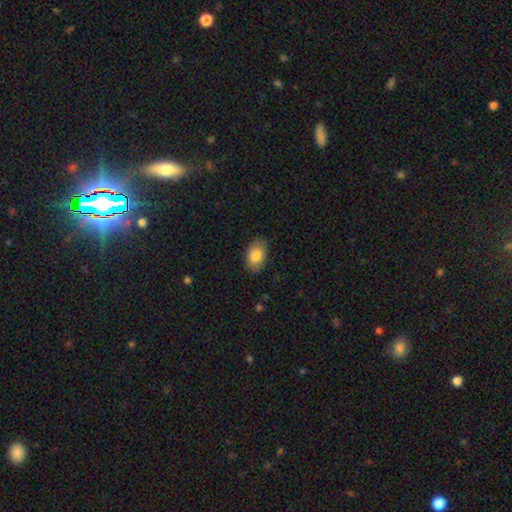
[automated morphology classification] This appears to be a smooth galaxy with no disk features (83%) that is in between round and cigar-shaped (91%). Merging: none (78%).